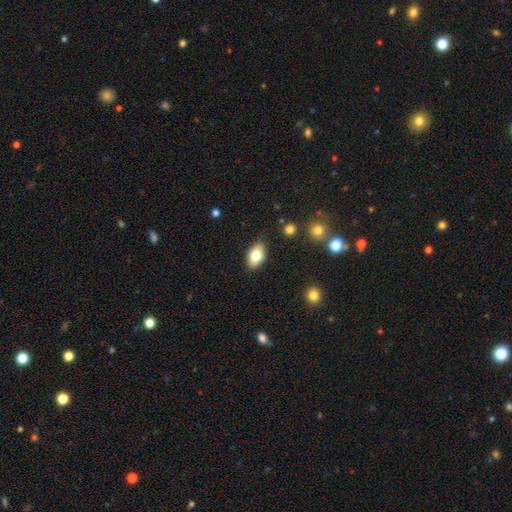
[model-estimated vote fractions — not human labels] Smooth or featured: smooth — 78% (featured or disk — 14%)
How rounded: in between — 91% (round — 7%)
Merging: none — 85% (minor disturbance — 12%)